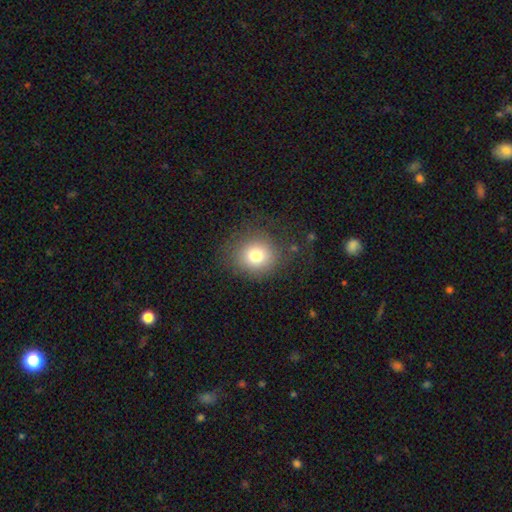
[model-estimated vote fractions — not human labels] This appears to be a smooth galaxy with no disk features (77%) that is round (84%). Merging: none (78%).